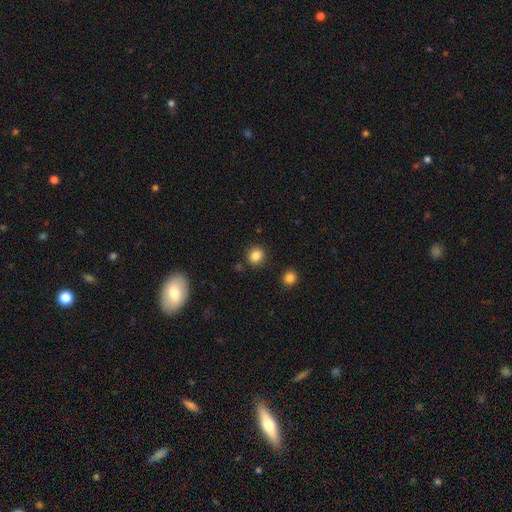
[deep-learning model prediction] smooth-or-featured: smooth: 85% | star or artifact: 11% | featured or disk: 5%
  how-rounded: round: 76% | in between: 23% | cigar-shaped: 1%
  merging: none: 86% | minor disturbance: 8% | merger: 3% | major disturbance: 3%